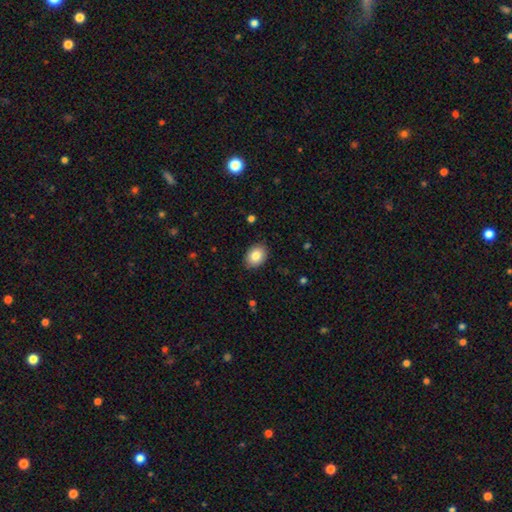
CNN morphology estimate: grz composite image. It shows a smooth galaxy with no disk features (85%) that is in between round and cigar-shaped (64%). Merging: none (87%).